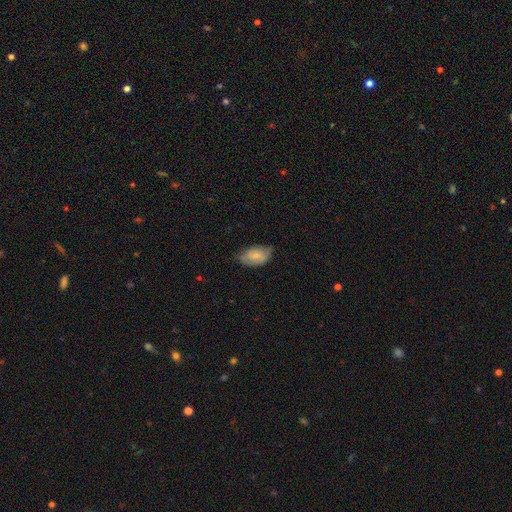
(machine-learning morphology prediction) A smooth galaxy with no disk features (70%) that is in between round and cigar-shaped (92%). Merging: none (59%).